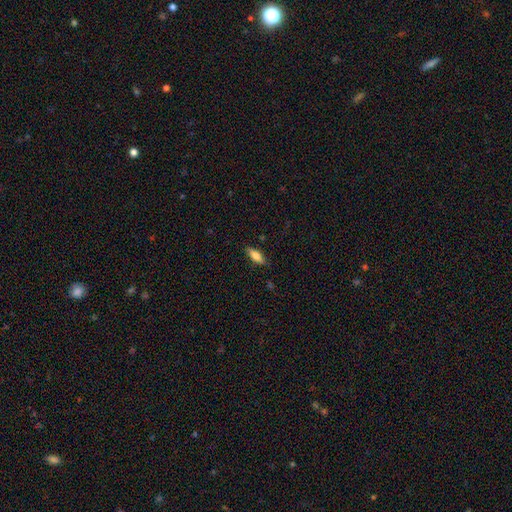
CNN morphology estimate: type=smooth (77%); roundness=in between (66%); merging=none (83%).